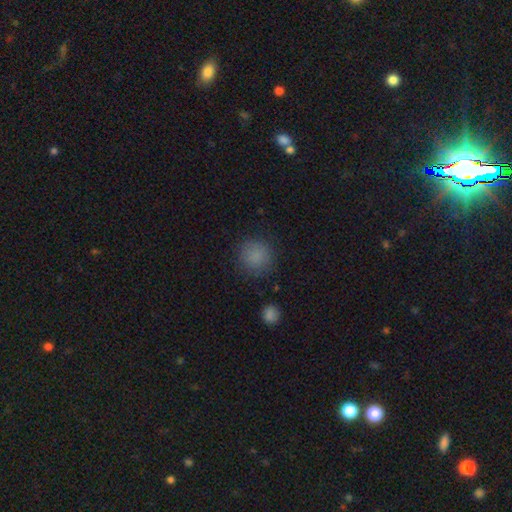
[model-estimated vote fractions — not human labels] Smooth or featured: smooth — 85% (star or artifact — 11%)
How rounded: round — 92% (in between — 7%)
Merging: none — 85% (minor disturbance — 10%)